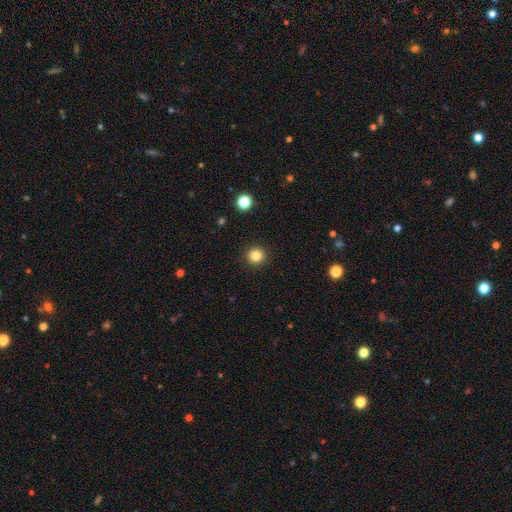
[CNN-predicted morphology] A smooth galaxy with no disk features (83%) that is round (94%).

Vote fractions:
- Smooth or featured? smooth: 83% / star or artifact: 12% / featured or disk: 5%
- How rounded? round: 94% / in between: 5% / cigar-shaped: 1%
- Merging? none: 92% / minor disturbance: 5% / major disturbance: 2% / merger: 1%